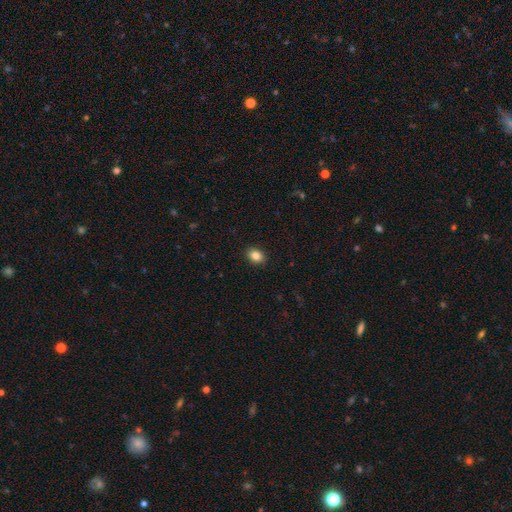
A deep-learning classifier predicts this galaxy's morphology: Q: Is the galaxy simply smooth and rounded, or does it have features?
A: smooth — 85%.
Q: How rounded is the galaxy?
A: in between — 67%.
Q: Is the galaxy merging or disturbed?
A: none — 90%.